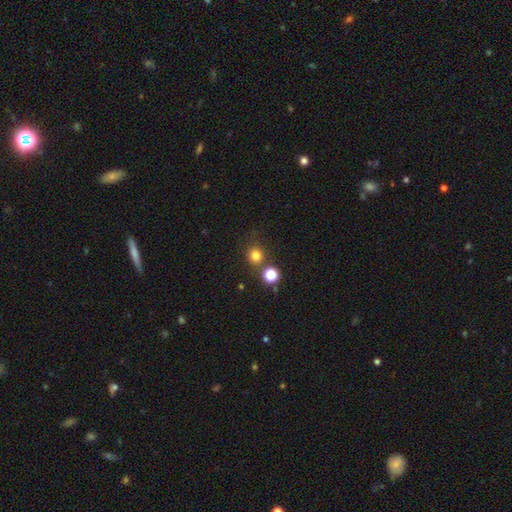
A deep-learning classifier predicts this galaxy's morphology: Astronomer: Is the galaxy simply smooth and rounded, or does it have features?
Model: smooth — 78%.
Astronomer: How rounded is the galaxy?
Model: round — 89%.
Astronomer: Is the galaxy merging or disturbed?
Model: none — 76%.